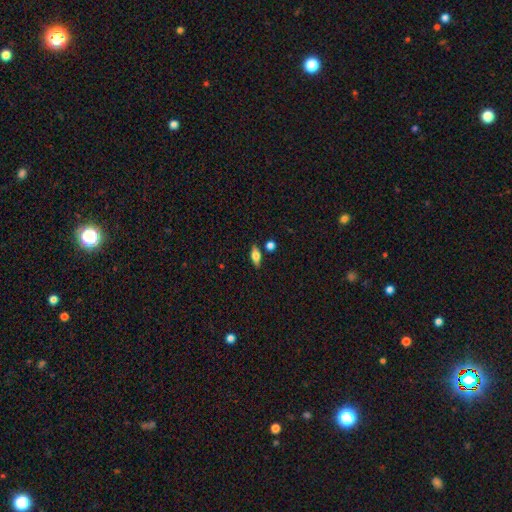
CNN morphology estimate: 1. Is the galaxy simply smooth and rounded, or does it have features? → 58% smooth, 34% featured or disk, 9% star or artifact.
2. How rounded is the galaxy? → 74% in between, 20% cigar-shaped, 6% round.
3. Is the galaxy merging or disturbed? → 81% none, 11% minor disturbance, 5% merger, 3% major disturbance.